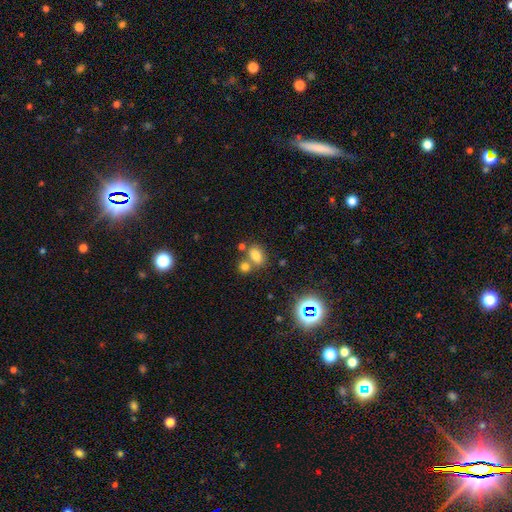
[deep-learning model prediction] Smooth or featured: smooth — 75% (star or artifact — 16%)
How rounded: in between — 78% (round — 20%)
Merging: none — 54% (merger — 30%)